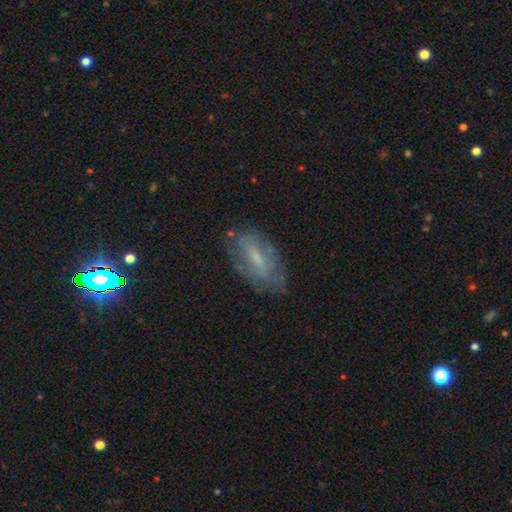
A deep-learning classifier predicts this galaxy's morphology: This appears to be a featured or disk galaxy (56%). Merging: none (70%).